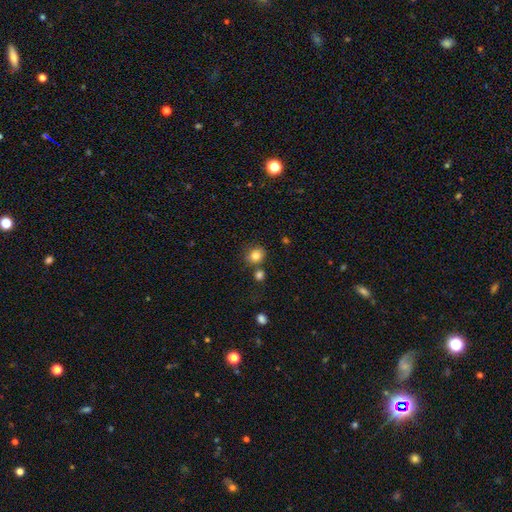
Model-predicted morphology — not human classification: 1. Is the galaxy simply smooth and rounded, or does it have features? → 82% smooth, 11% star or artifact, 7% featured or disk.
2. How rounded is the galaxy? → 74% round, 25% in between, 1% cigar-shaped.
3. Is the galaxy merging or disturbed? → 71% none, 13% merger, 12% minor disturbance, 4% major disturbance.